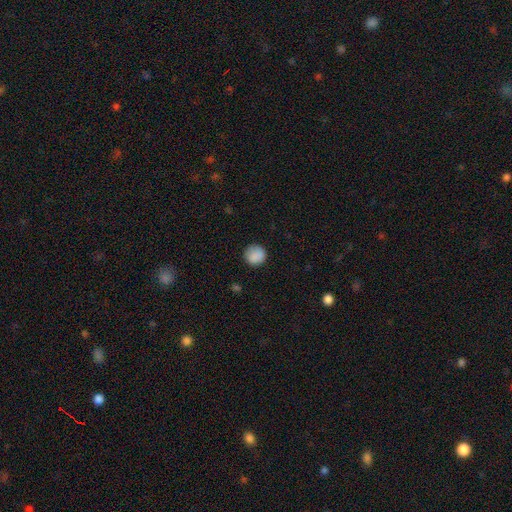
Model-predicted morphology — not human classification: Smooth or featured? smooth (88%)
How rounded? round (92%)
Merging? none (85%)